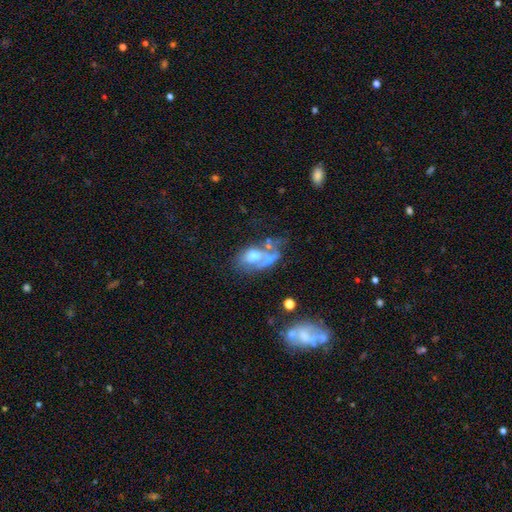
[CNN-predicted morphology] This is possibly a featured or disk galaxy (47%). Merging: marginally merger (40%).